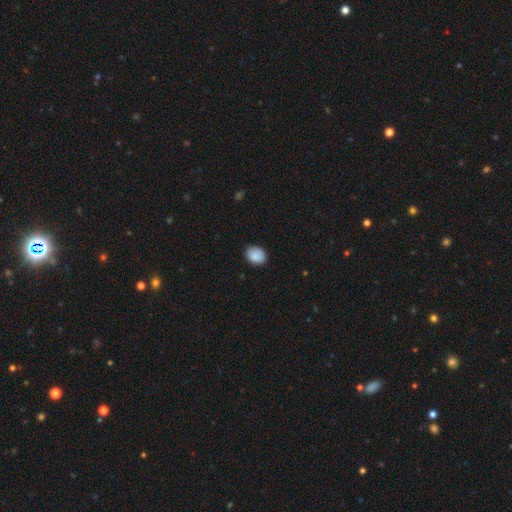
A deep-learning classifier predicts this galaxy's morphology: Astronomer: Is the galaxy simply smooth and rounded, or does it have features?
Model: smooth — 89%.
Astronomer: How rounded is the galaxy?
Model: in between — 57% (runner-up: round, 42%).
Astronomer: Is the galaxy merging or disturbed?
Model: none — 86%.